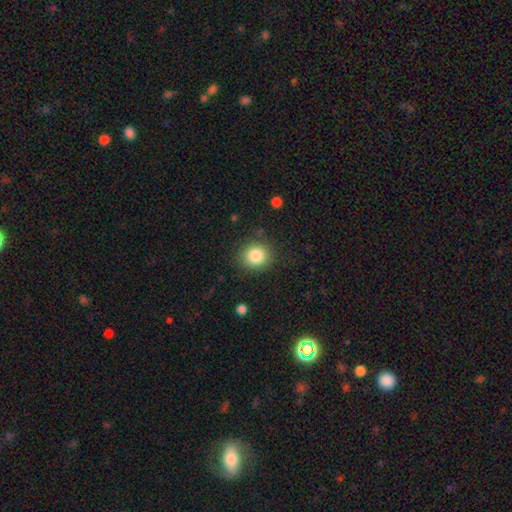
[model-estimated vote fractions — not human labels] A smooth galaxy with no disk features (84%) that is round (85%).

Vote fractions:
- Smooth or featured? smooth: 84% / star or artifact: 10% / featured or disk: 6%
- How rounded? round: 85% / in between: 14% / cigar-shaped: 1%
- Merging? none: 86% / minor disturbance: 9% / major disturbance: 3% / merger: 1%